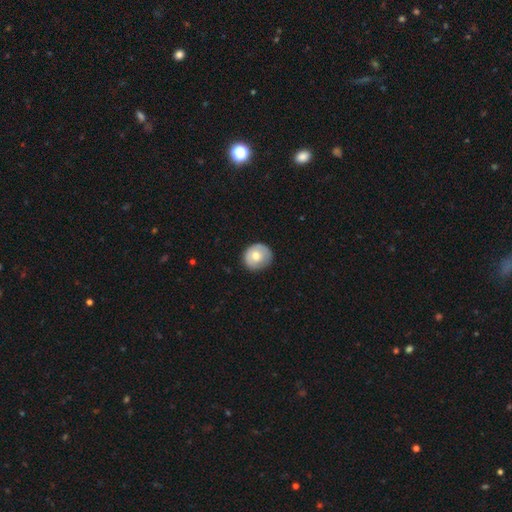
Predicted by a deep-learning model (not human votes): Smooth or featured?
  - smooth: 66% *
  - featured or disk: 27%
  - star or artifact: 7%
How rounded?
  - round: 86% *
  - in between: 13%
  - cigar-shaped: 1%
Merging?
  - none: 79% *
  - minor disturbance: 16%
  - major disturbance: 4%
  - merger: 1%